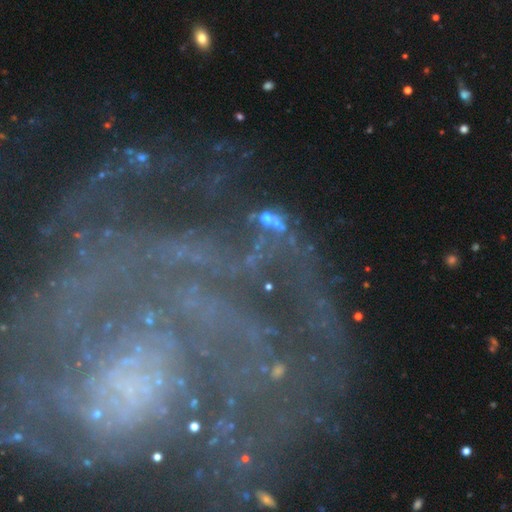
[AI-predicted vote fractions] Smooth or featured? Predicted: featured or disk (p=0.78). Edge-on disk? Predicted: no (p=0.96). Bar? Predicted: no (p=0.59). Spiral arms? Predicted: yes (p=0.85). Spiral winding? Predicted: tight (p=0.61). Spiral arm count? Predicted: can't tell (p=0.32). Bulge size? Predicted: small (p=0.35). Merging? Predicted: none (p=0.59).